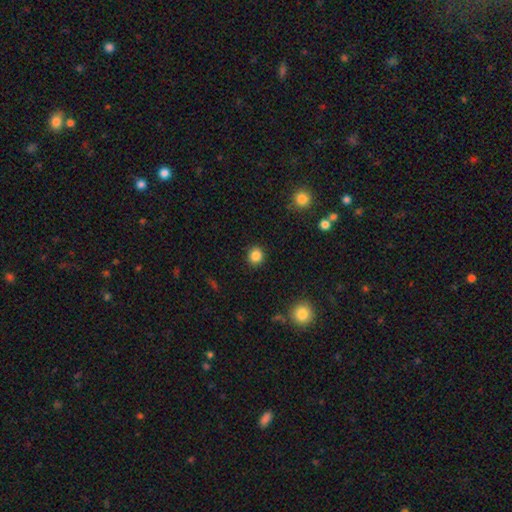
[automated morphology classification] Smooth or featured?
  - smooth: 85% *
  - star or artifact: 11%
  - featured or disk: 4%
How rounded?
  - round: 85% *
  - in between: 14%
  - cigar-shaped: 1%
Merging?
  - none: 90% *
  - minor disturbance: 6%
  - major disturbance: 2%
  - merger: 1%